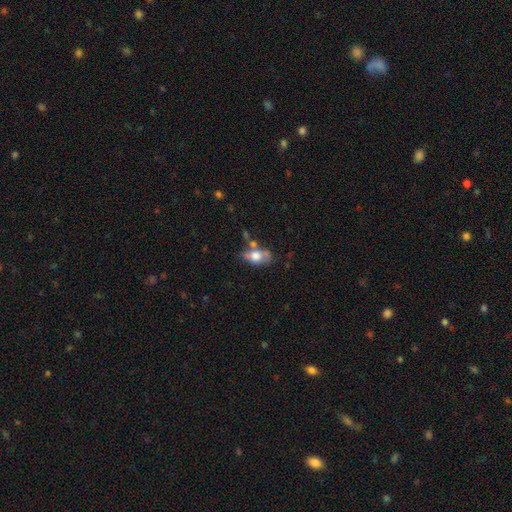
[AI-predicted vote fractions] Smooth or featured: smooth — 66% (featured or disk — 25%)
How rounded: in between — 80% (round — 16%)
Merging: none — 38% (minor disturbance — 25%)